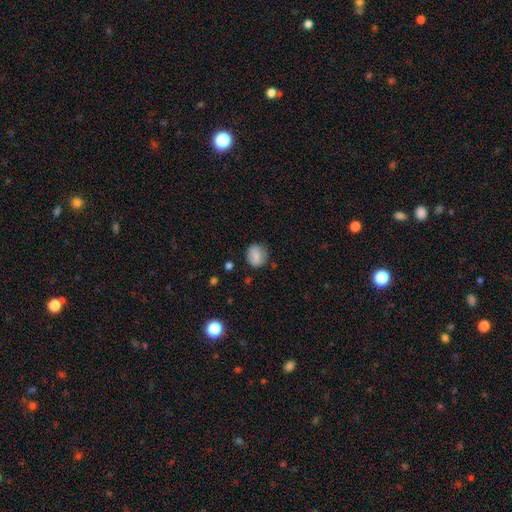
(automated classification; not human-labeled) Smooth or featured? smooth (75%)
How rounded? round (74%)
Merging? none (77%)